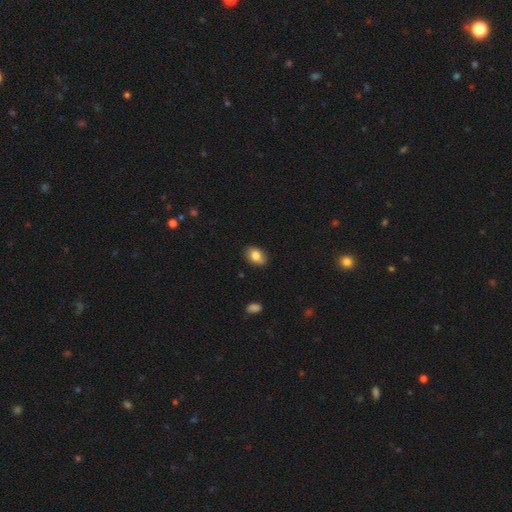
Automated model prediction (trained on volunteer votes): smooth_or_featured: smooth (p=0.83) [alt: featured or disk p=0.10]
how_rounded: in between (p=0.85) [alt: round p=0.14]
merging: none (p=0.83) [alt: minor disturbance p=0.13]